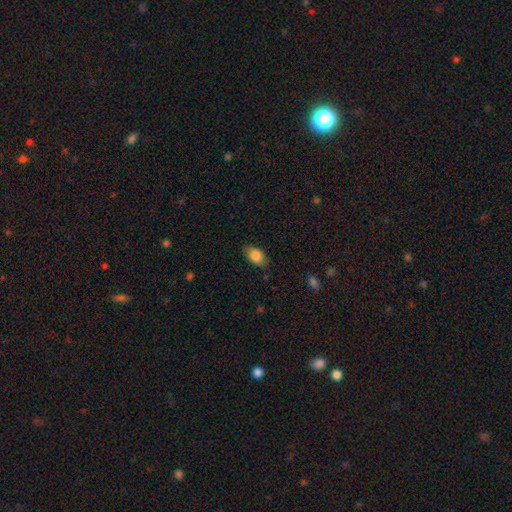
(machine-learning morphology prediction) A smooth galaxy with no disk features (85%) that is in between round and cigar-shaped (89%).

Vote fractions:
- Smooth or featured? smooth: 85% / featured or disk: 8% / star or artifact: 7%
- How rounded? in between: 89% / round: 9% / cigar-shaped: 2%
- Merging? none: 80% / minor disturbance: 16% / major disturbance: 3% / merger: 1%